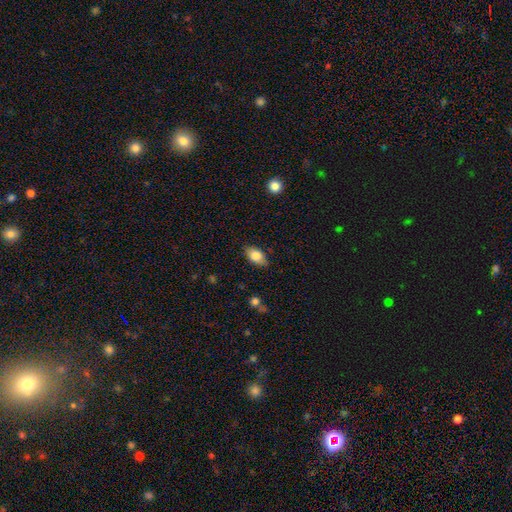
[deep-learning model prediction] smooth 82%, featured or disk 10%, star or artifact 8%. Down the decision tree: how rounded — in between (87%); merging — none (81%).